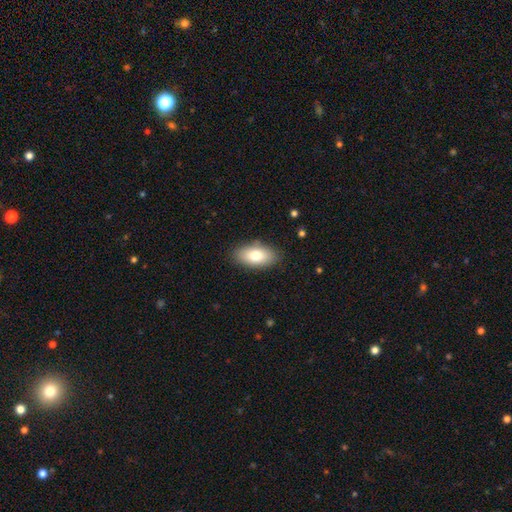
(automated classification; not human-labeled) smooth 77%, featured or disk 16%, star or artifact 7%. Down the decision tree: how rounded — in between (91%); merging — none (86%).